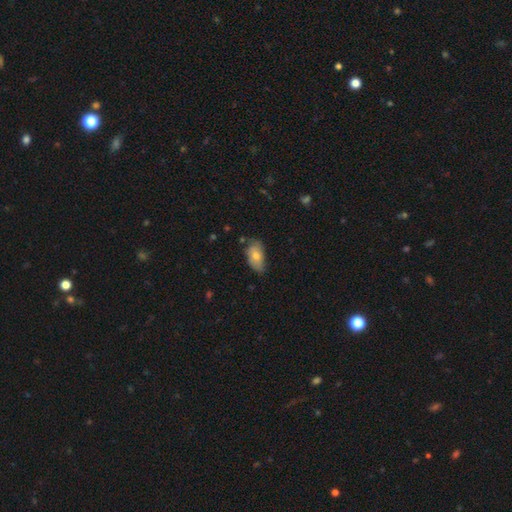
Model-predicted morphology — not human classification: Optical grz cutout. It shows a smooth galaxy with no disk features (67%) that is in between round and cigar-shaped (91%). Merging: none (57%).